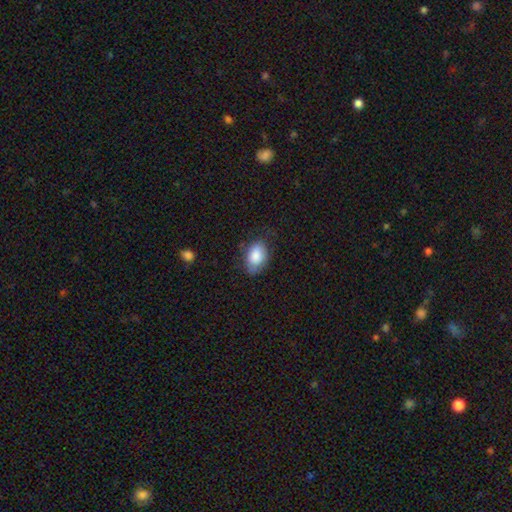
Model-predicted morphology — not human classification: smooth_or_featured: smooth (p=0.82) [alt: featured or disk p=0.11]
how_rounded: in between (p=0.86) [alt: round p=0.12]
merging: none (p=0.65) [alt: minor disturbance p=0.26]